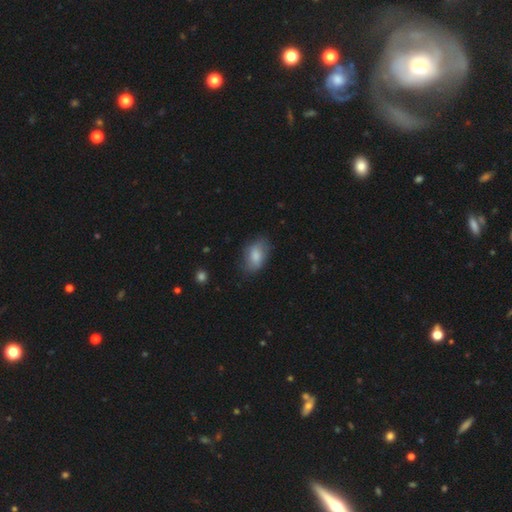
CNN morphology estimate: A smooth galaxy with no disk features (75%) that is in between round and cigar-shaped (89%).

Vote fractions:
- Smooth or featured? smooth: 75% / featured or disk: 18% / star or artifact: 7%
- How rounded? in between: 89% / round: 9% / cigar-shaped: 2%
- Merging? none: 67% / minor disturbance: 24% / major disturbance: 7% / merger: 1%